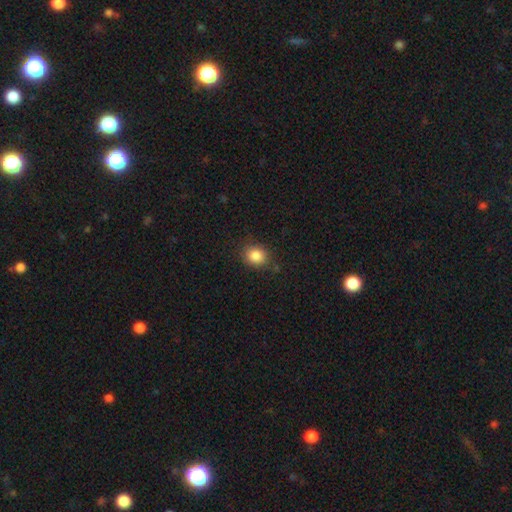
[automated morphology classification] Smooth or featured?
  - smooth: 86% *
  - star or artifact: 10%
  - featured or disk: 4%
How rounded?
  - round: 65% *
  - in between: 34%
  - cigar-shaped: 1%
Merging?
  - none: 80% *
  - minor disturbance: 15%
  - major disturbance: 4%
  - merger: 2%